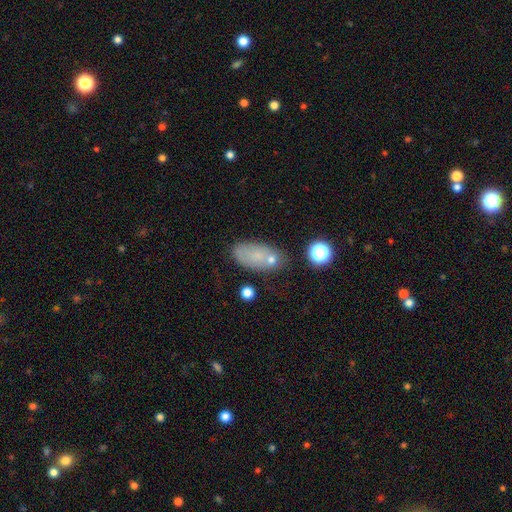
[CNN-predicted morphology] Smooth or featured?
  - smooth: 65% *
  - featured or disk: 22%
  - star or artifact: 13%
How rounded?
  - in between: 87% *
  - round: 7%
  - cigar-shaped: 7%
Merging?
  - none: 61% *
  - minor disturbance: 19%
  - merger: 13%
  - major disturbance: 7%